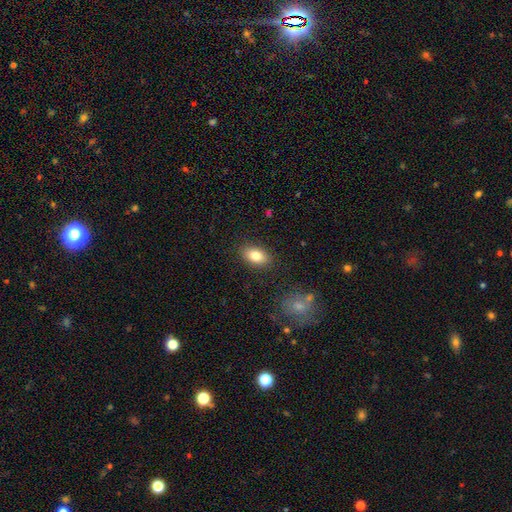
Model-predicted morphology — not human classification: Smooth or featured: smooth — 81% (featured or disk — 11%)
How rounded: in between — 88% (round — 9%)
Merging: none — 87% (minor disturbance — 9%)